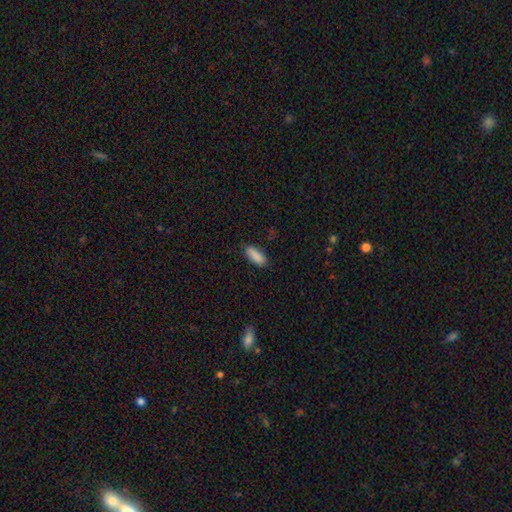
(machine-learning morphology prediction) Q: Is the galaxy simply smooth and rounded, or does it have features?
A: smooth — 89%.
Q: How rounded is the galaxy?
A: in between — 75%.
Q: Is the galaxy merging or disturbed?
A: none — 84%.